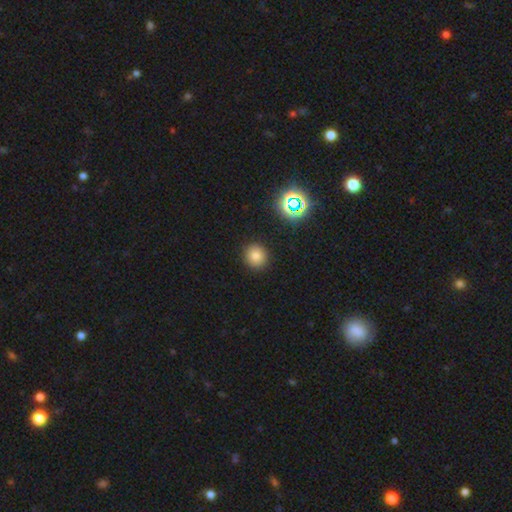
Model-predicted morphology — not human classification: This is likely a smooth galaxy (77%). How rounded: clearly round (87%). Merging: clearly none (91%).